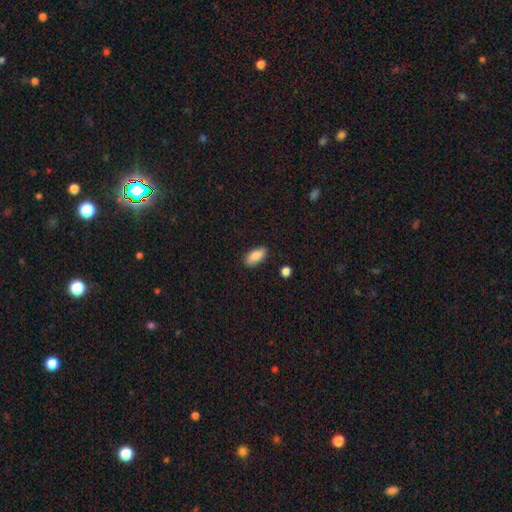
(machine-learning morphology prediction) A smooth galaxy with no disk features (86%) that is in between round and cigar-shaped (90%).

Vote fractions:
- Smooth or featured? smooth: 86% / featured or disk: 7% / star or artifact: 7%
- How rounded? in between: 90% / cigar-shaped: 8% / round: 3%
- Merging? none: 85% / minor disturbance: 11% / major disturbance: 2% / merger: 2%